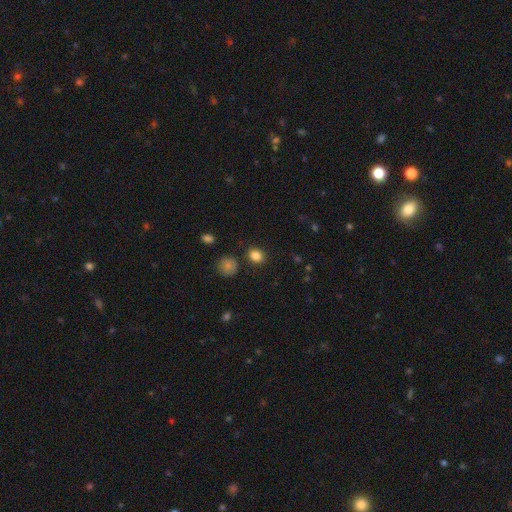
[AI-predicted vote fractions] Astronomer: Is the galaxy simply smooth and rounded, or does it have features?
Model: smooth — 85%.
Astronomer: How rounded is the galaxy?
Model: round — 62% (runner-up: in between, 37%).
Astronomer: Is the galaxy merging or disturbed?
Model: none — 85%.